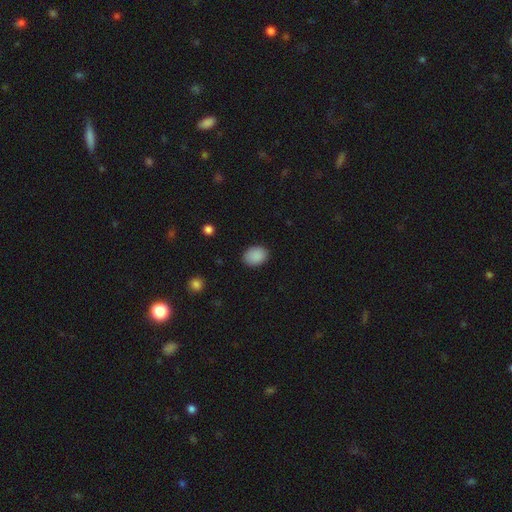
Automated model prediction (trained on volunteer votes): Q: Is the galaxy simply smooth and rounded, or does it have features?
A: smooth — 89%.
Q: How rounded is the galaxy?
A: in between — 69%.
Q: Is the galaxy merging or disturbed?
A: none — 87%.